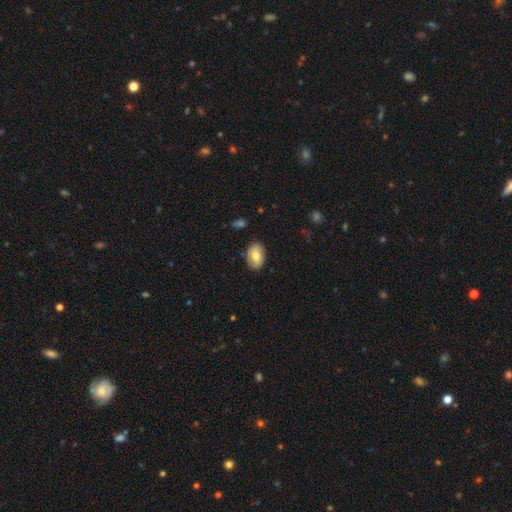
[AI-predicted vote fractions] Q: Smooth or featured?
A: smooth (75%); runner-up: featured or disk (18%)
Q: How rounded?
A: in between (89%); runner-up: round (9%)
Q: Merging?
A: none (82%); runner-up: minor disturbance (14%)